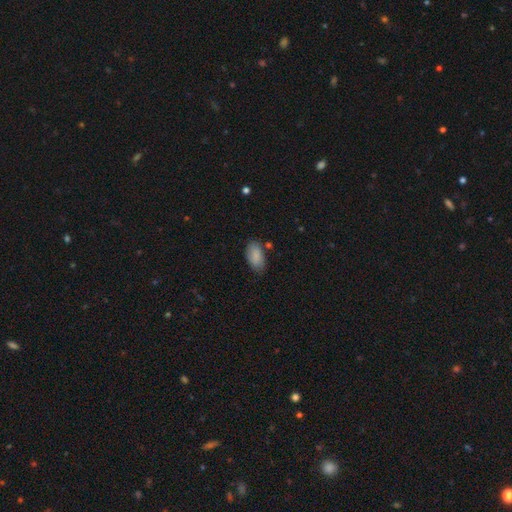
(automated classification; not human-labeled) smooth 86%, featured or disk 7%, star or artifact 6%. Down the decision tree: how rounded — in between (94%); merging — none (75%).